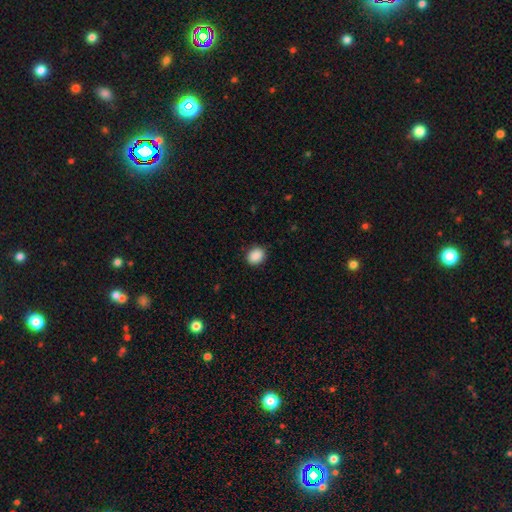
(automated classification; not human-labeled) smooth_or_featured: smooth (p=0.89) [alt: star or artifact p=0.08]
how_rounded: round (p=0.59) [alt: in between p=0.40]
merging: none (p=0.89) [alt: minor disturbance p=0.08]